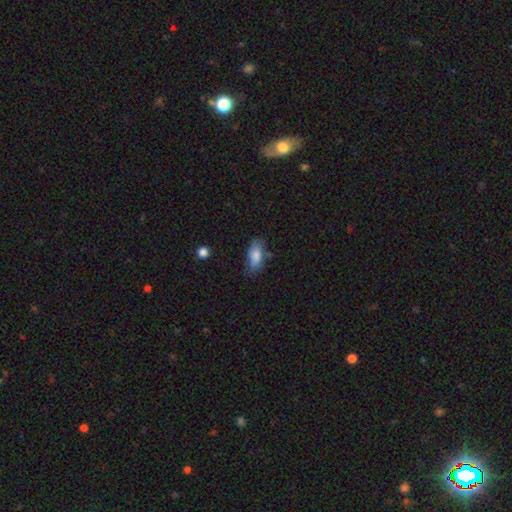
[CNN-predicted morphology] Smooth or featured? Predicted: smooth (p=0.81). How rounded? Predicted: in between (p=0.87). Merging? Predicted: none (p=0.64).